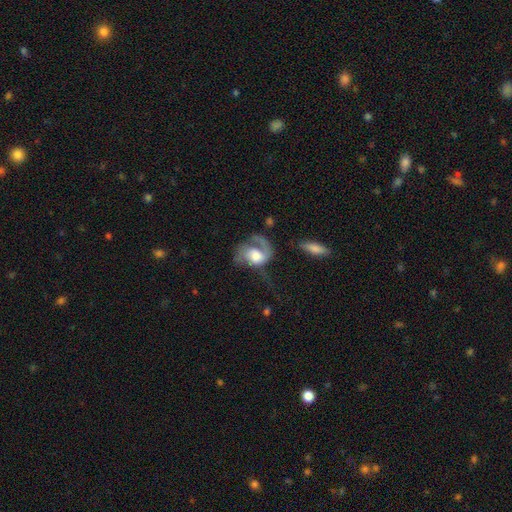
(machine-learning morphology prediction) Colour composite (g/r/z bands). It shows a featured or disk galaxy (70%) with no bar (66%), 1 (60%) medium (41%) spiral arms (86%) and a large central bulge (40%, tied with moderate). Merging: major disturbance (45%).